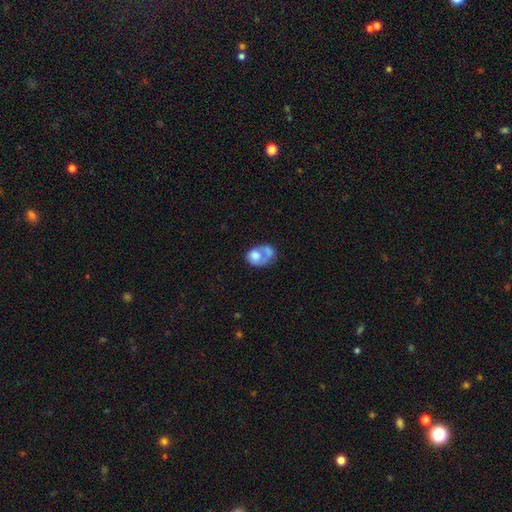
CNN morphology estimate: smooth-or-featured: smooth: 57% | featured or disk: 35% | star or artifact: 8%
  how-rounded: in between: 62% | round: 37% | cigar-shaped: 1%
  merging: merger: 43% | none: 23% | major disturbance: 20% | minor disturbance: 14%